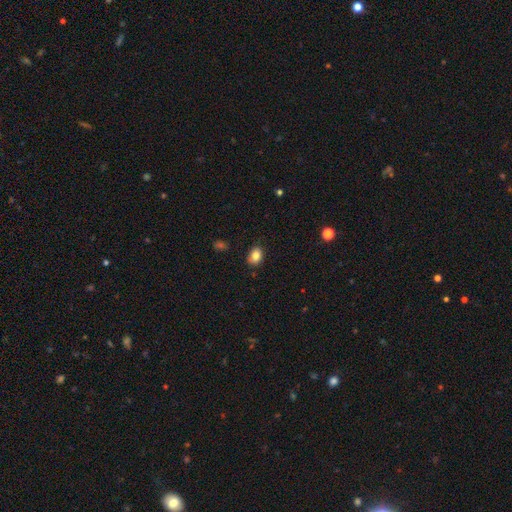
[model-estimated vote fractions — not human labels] Overall: smooth (83%). How rounded: in between (69%; round 30%). Merging: none (83%).